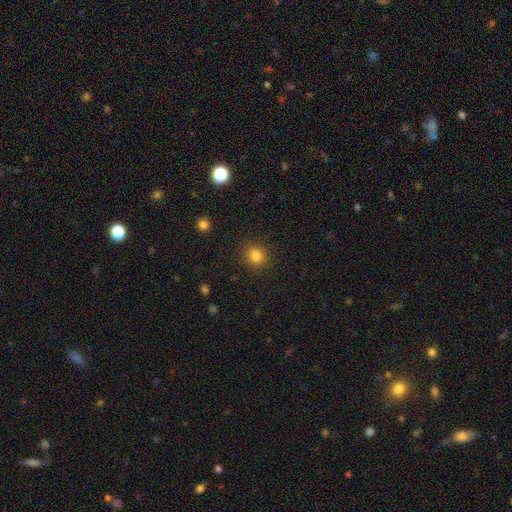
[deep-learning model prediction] Morphology: type=smooth (83%); roundness=round (85%); merging=none (90%).